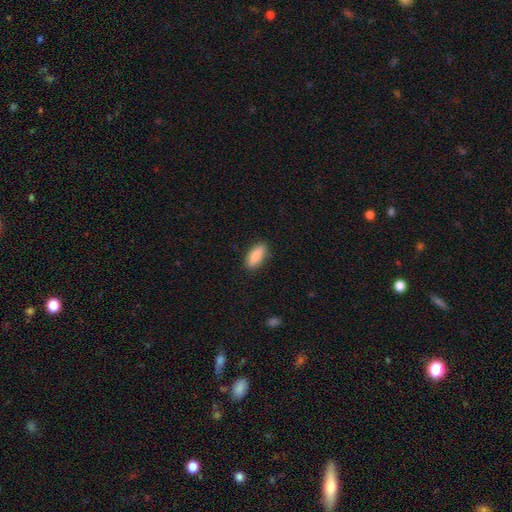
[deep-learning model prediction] A smooth galaxy with no disk features (85%) that is in between round and cigar-shaped (73%). Merging: none (87%).